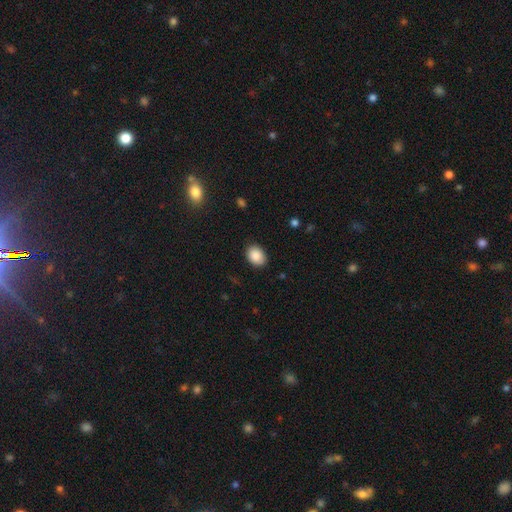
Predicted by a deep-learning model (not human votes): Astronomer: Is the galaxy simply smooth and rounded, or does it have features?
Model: smooth — 89%.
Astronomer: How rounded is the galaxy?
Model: in between — 73%.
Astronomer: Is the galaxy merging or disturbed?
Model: none — 87%.